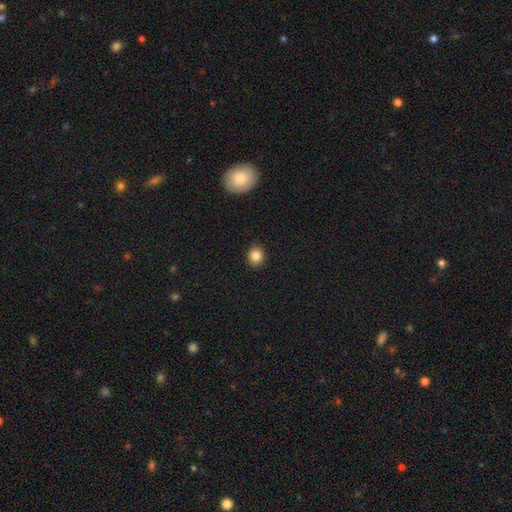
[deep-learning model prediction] The model was most divided on "how rounded": round: 70%, in between: 29%, cigar-shaped: 1%. More confident: merging — none (92%); smooth or featured — smooth (84%).